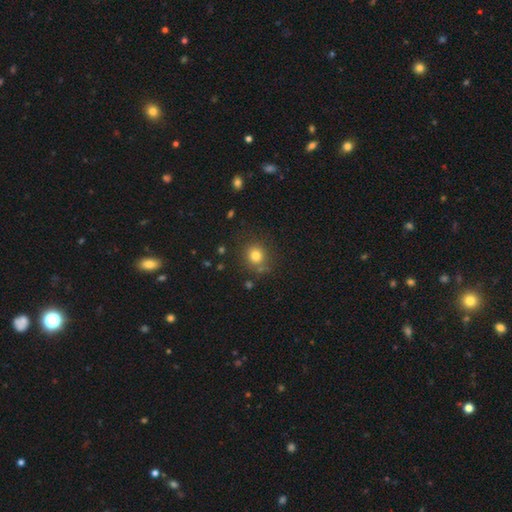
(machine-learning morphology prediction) type=smooth (79%); roundness=round (85%); merging=none (79%).